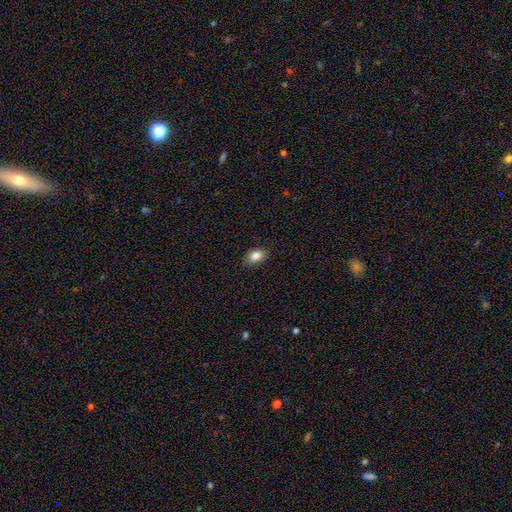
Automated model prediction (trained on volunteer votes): smooth 87%, star or artifact 8%, featured or disk 5%. Down the decision tree: how rounded — in between (83%); merging — none (86%).